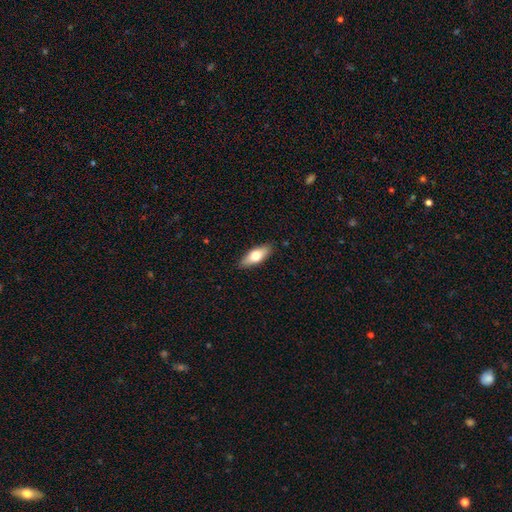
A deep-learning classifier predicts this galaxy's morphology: smooth-or-featured: smooth: 68% | featured or disk: 26% | star or artifact: 6%
  how-rounded: in between: 72% | cigar-shaped: 25% | round: 3%
  merging: none: 89% | minor disturbance: 9% | major disturbance: 2% | merger: 1%